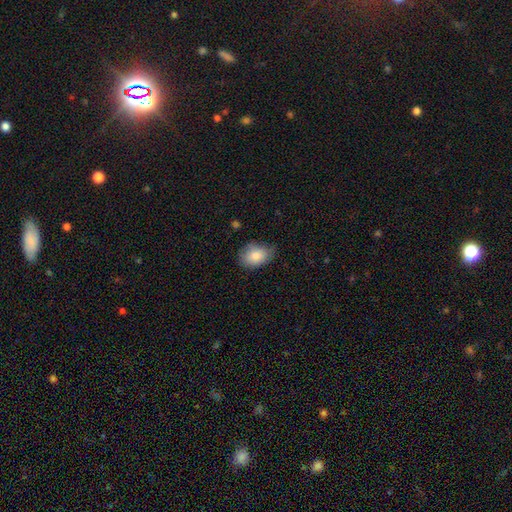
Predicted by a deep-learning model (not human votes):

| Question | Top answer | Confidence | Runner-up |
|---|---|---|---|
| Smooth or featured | smooth | 84% | featured or disk (9%) |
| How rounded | in between | 79% | round (19%) |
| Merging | none | 63% | minor disturbance (30%) |